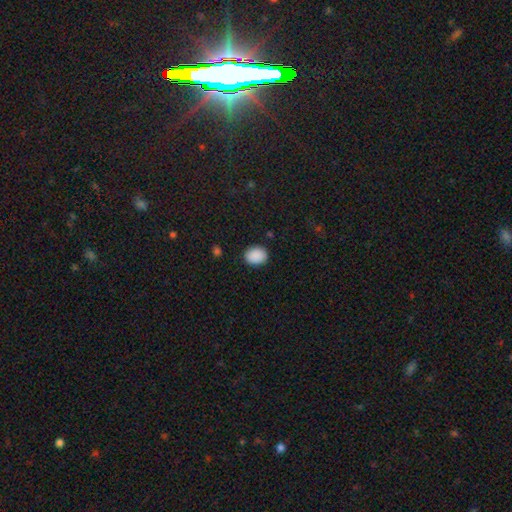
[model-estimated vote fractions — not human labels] Smooth or featured? Predicted: smooth (p=0.89). How rounded? Predicted: in between (p=0.55). Merging? Predicted: none (p=0.87).